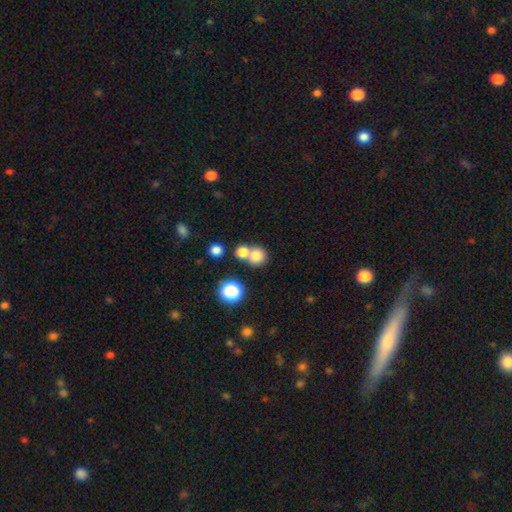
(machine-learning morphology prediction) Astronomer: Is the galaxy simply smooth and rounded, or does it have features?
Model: smooth — 76%.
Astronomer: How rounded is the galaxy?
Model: round — 87%.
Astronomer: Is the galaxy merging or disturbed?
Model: none — 50% (runner-up: merger, 40%).